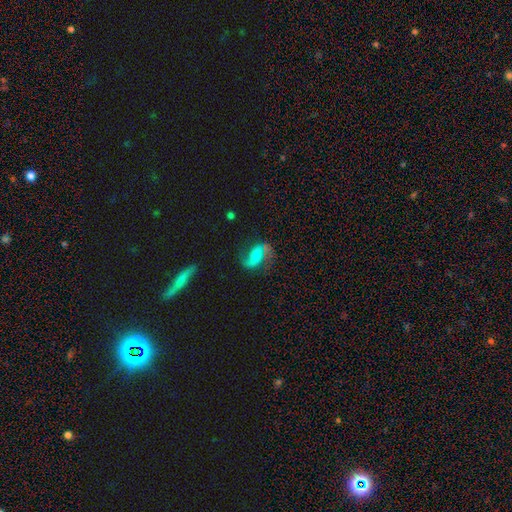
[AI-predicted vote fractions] smooth-or-featured: featured or disk: 72% | smooth: 20% | star or artifact: 8%
  disk-edge-on: no: 96% | yes: 4%
    bar: no: 40% | weak: 39% | strong: 21%
    has-spiral-arms: yes: 91% | no: 9%
      spiral-winding: loose: 57% | medium: 34% | tight: 9%
      spiral-arm-count: 2: 86% | 1: 7% | can't tell: 4% | 3: 1% | 4: 1% | more than 4: 1%
    bulge-size: moderate: 40% | small: 34% | none: 13% | large: 11% | dominant: 2%
  merging: none: 58% | minor disturbance: 20% | major disturbance: 18% | merger: 5%